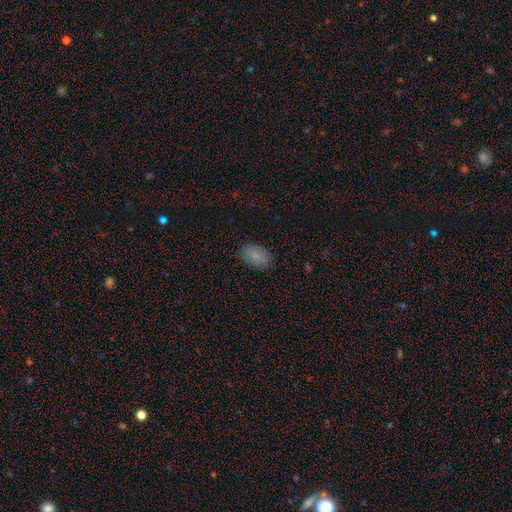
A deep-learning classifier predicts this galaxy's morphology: The model was most divided on "merging": none: 85%, minor disturbance: 12%, major disturbance: 3%, merger: 1%. More confident: how rounded — in between (91%); smooth or featured — smooth (84%).